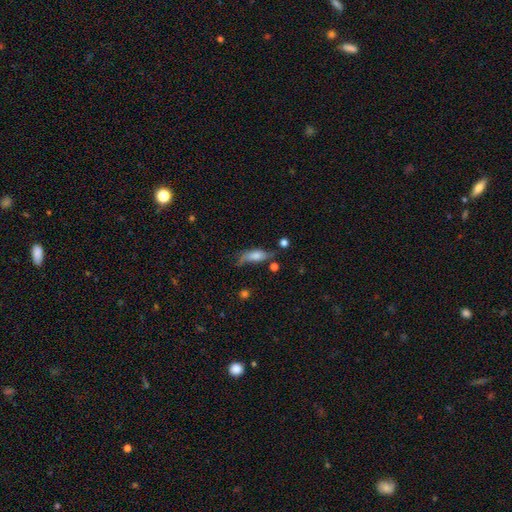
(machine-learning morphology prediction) A smooth galaxy with no disk features (62%) that is in between round and cigar-shaped (66%). Merging: none (45%).